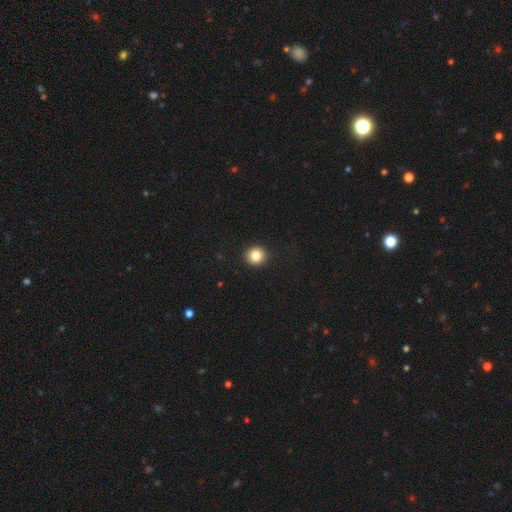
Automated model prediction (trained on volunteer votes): smooth-or-featured: smooth: 84% | star or artifact: 10% | featured or disk: 6%
  how-rounded: round: 92% | in between: 7% | cigar-shaped: 1%
  merging: none: 93% | minor disturbance: 5% | major disturbance: 2% | merger: 1%